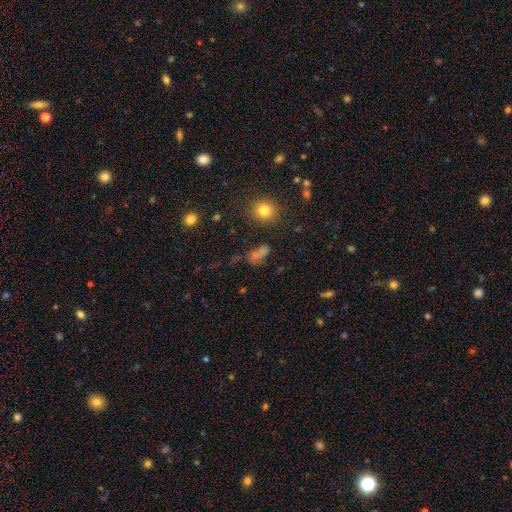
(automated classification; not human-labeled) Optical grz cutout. It shows a smooth galaxy with no disk features (50%) that is in between round and cigar-shaped (65%). Merging: none (58%).